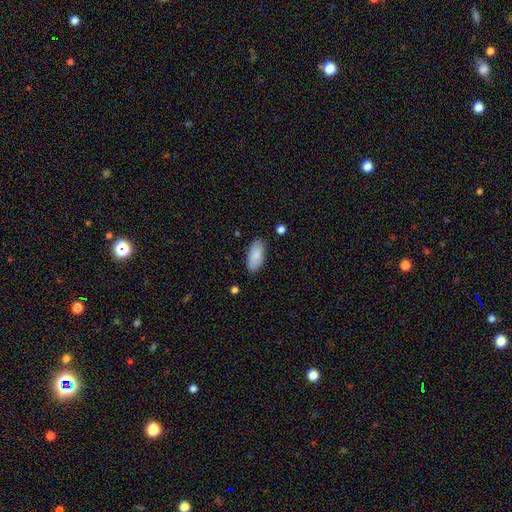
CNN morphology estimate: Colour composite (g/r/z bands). It shows a smooth galaxy with no disk features (87%) that is in between round and cigar-shaped (91%). Merging: none (84%).